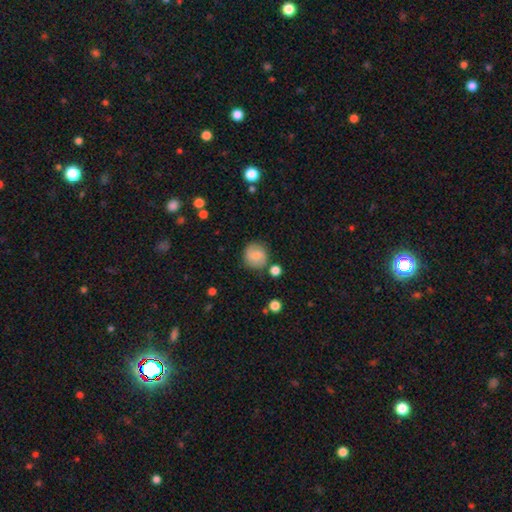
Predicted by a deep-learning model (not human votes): Q: Smooth or featured?
A: smooth (66%); runner-up: featured or disk (25%)
Q: How rounded?
A: round (89%); runner-up: in between (10%)
Q: Merging?
A: none (79%); runner-up: minor disturbance (12%)